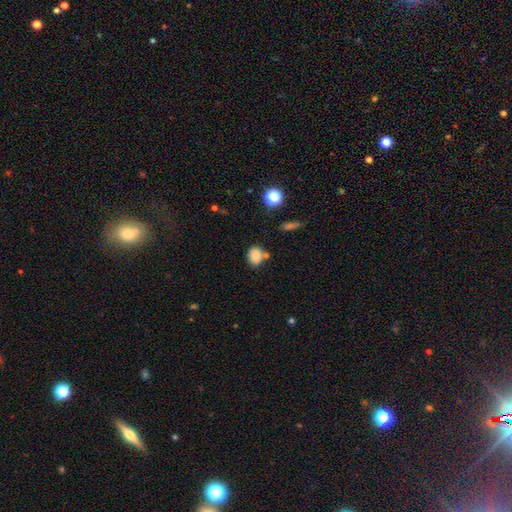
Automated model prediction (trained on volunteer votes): Overall: smooth (77%). How rounded: round (51%; in between 47%). Merging: none (62%).